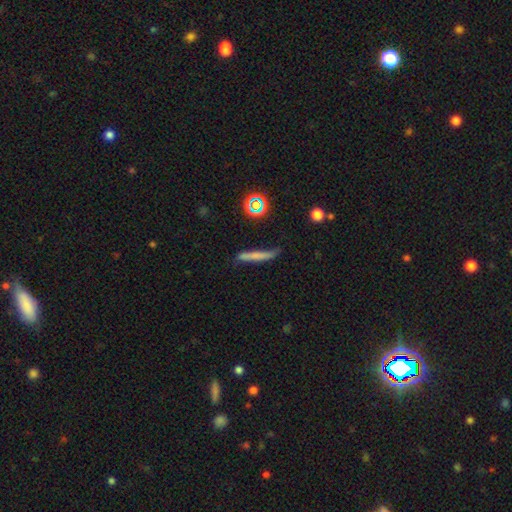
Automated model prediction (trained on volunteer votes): The model was most divided on "smooth or featured": smooth: 62%, featured or disk: 25%, star or artifact: 13%. More confident: how rounded — cigar-shaped (90%); merging — none (65%).